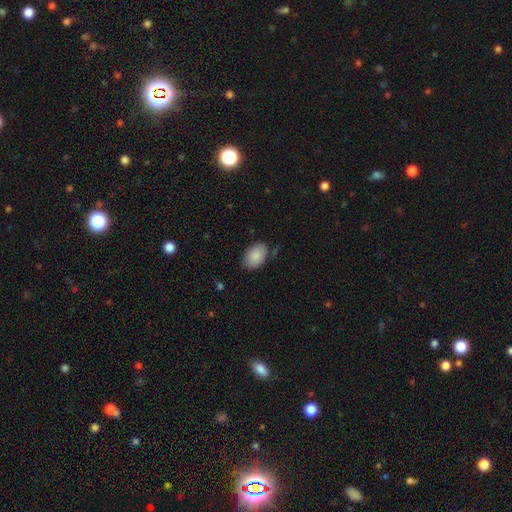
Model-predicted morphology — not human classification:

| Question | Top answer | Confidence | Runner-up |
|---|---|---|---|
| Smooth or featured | smooth | 89% | star or artifact (7%) |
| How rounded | in between | 88% | round (11%) |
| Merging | none | 75% | minor disturbance (18%) |